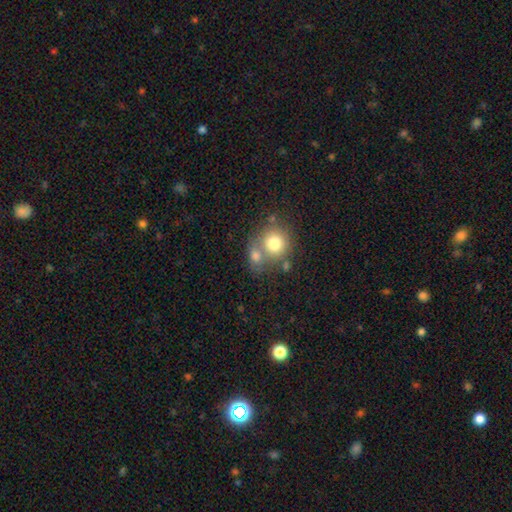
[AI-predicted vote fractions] Smooth or featured?
  - smooth: 76% *
  - featured or disk: 14%
  - star or artifact: 10%
How rounded?
  - round: 72% *
  - in between: 27%
  - cigar-shaped: 2%
Merging?
  - merger: 47% *
  - none: 38%
  - minor disturbance: 9%
  - major disturbance: 5%